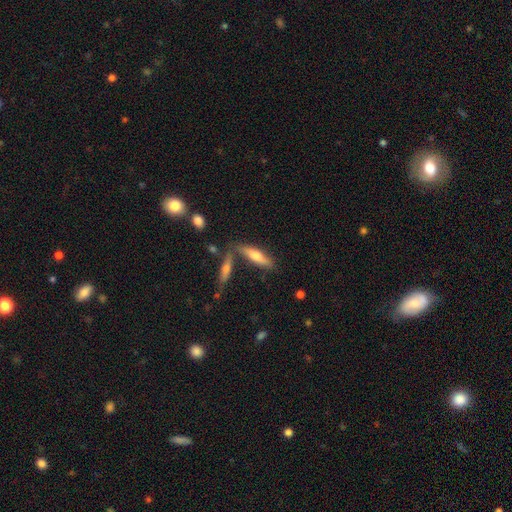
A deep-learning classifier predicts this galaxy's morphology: The model was most divided on "smooth or featured": smooth: 55%, featured or disk: 38%, star or artifact: 7%. More confident: how rounded — cigar-shaped (68%); merging — none (64%).